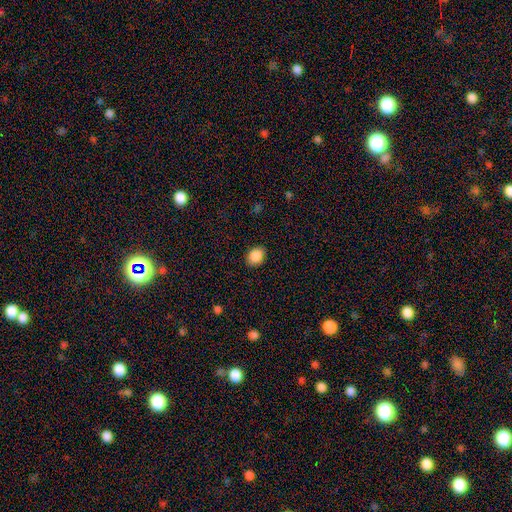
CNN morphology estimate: Q: Smooth or featured?
A: smooth (88%); runner-up: star or artifact (8%)
Q: How rounded?
A: in between (57%); runner-up: round (42%)
Q: Merging?
A: none (88%); runner-up: minor disturbance (9%)